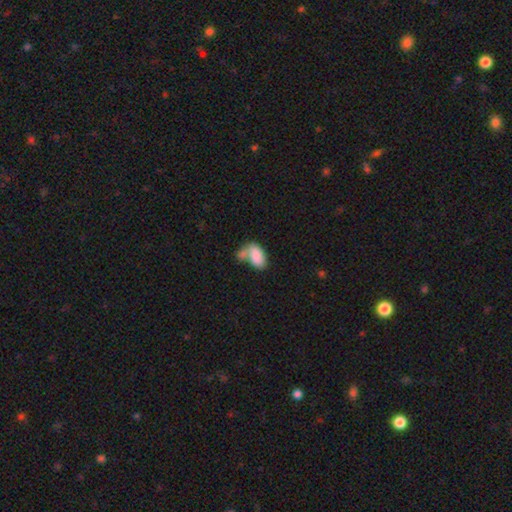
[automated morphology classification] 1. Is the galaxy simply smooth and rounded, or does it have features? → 83% smooth, 10% featured or disk, 7% star or artifact.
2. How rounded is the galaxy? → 93% in between, 5% round, 2% cigar-shaped.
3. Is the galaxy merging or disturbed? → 49% merger, 27% none, 14% minor disturbance, 9% major disturbance.